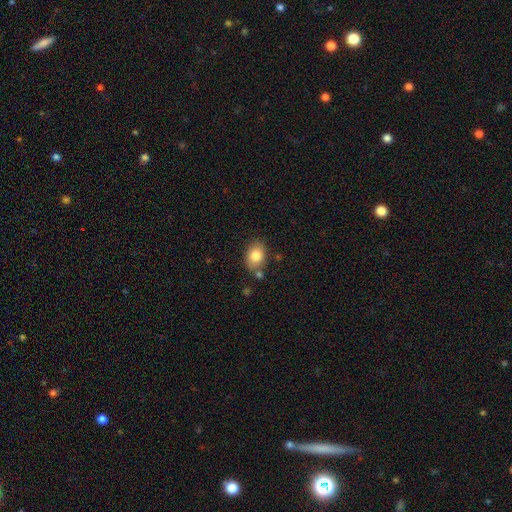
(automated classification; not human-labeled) smooth_or_featured: smooth (p=0.83) [alt: featured or disk p=0.09]
how_rounded: in between (p=0.69) [alt: round p=0.29]
merging: none (p=0.74) [alt: minor disturbance p=0.15]